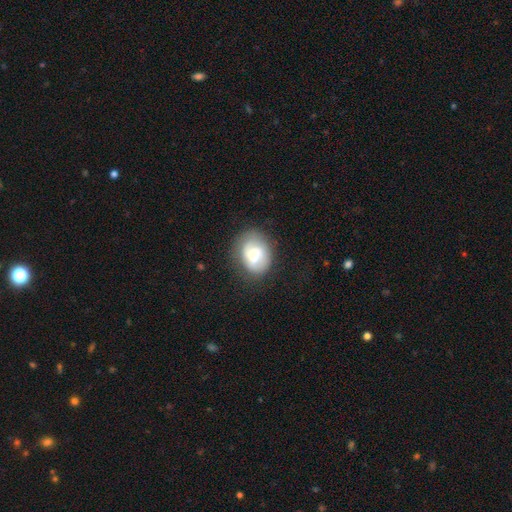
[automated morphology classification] This is possibly a smooth galaxy (54%). How rounded: possibly in between (51%). Merging: likely none (72%).